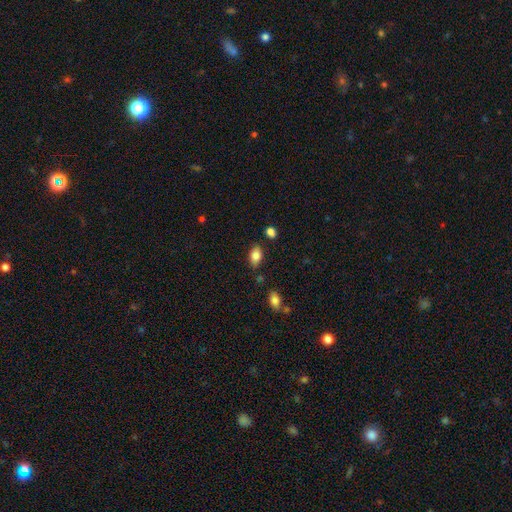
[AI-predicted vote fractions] A smooth galaxy with no disk features (84%) that is in between round and cigar-shaped (89%). Merging: none (80%).